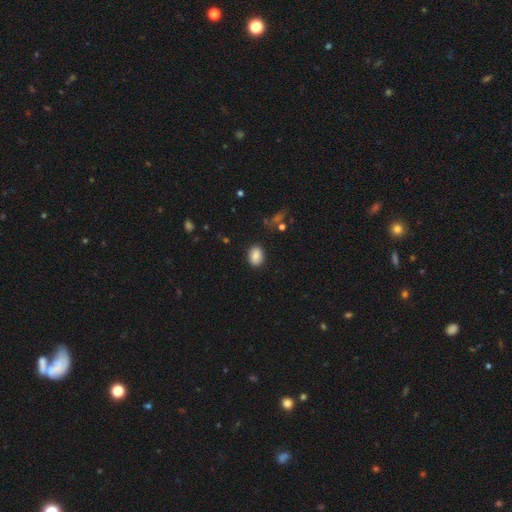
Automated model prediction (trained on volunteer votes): Smooth or featured: smooth — 84% (star or artifact — 9%)
How rounded: in between — 73% (round — 26%)
Merging: none — 86% (minor disturbance — 10%)